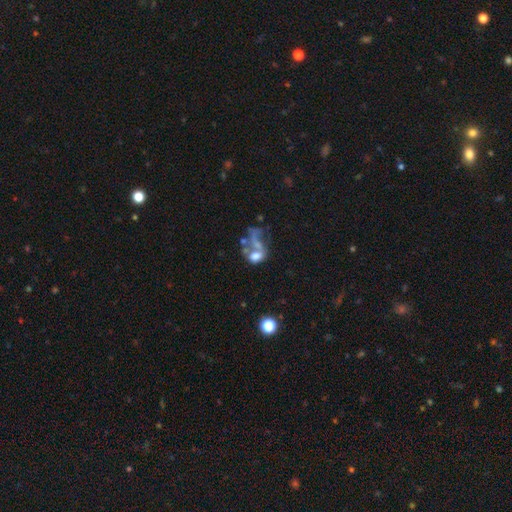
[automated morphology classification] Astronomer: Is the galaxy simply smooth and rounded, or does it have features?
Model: featured or disk — 42%, tied with smooth at 42%.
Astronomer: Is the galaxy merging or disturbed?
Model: merger — 43% (runner-up: major disturbance, 33%).